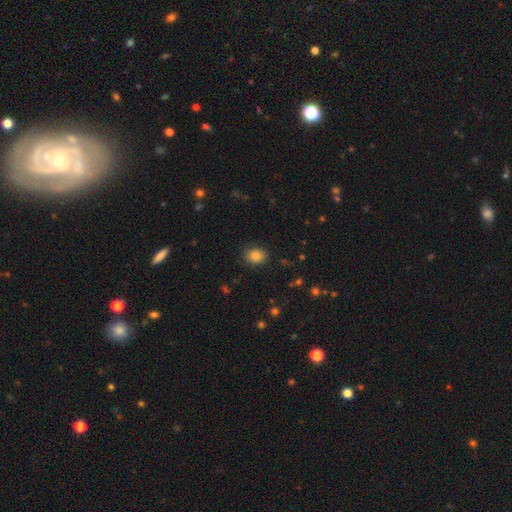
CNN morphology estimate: type=smooth (85%); roundness=round (53%); merging=none (87%).